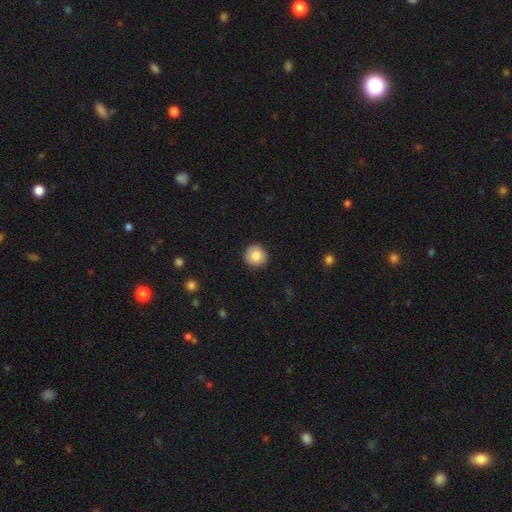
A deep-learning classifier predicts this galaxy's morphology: smooth-or-featured: smooth: 85% | star or artifact: 8% | featured or disk: 8%
  how-rounded: round: 94% | in between: 5% | cigar-shaped: 1%
  merging: none: 91% | minor disturbance: 7% | major disturbance: 2% | merger: 1%